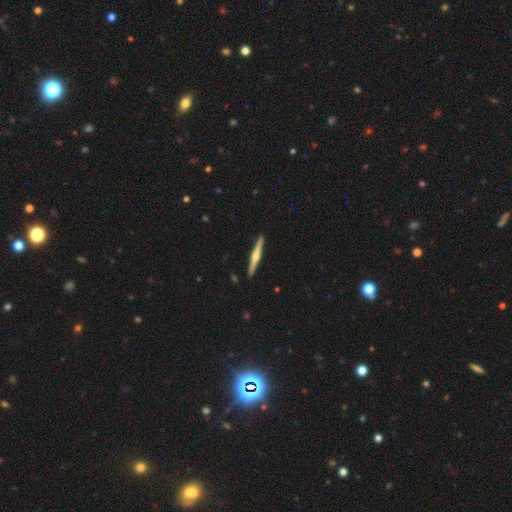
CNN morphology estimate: A featured or disk galaxy (70%) viewed edge-on (98%) with a rounded central bulge (89%).

Vote fractions:
- Smooth or featured? featured or disk: 70% / smooth: 25% / star or artifact: 5%
- Edge-on disk? yes: 98% / no: 2%
- Edge-on bulge? rounded: 89% / none: 7% / boxy: 4%
- Merging? none: 92% / minor disturbance: 5% / major disturbance: 1% / merger: 1%